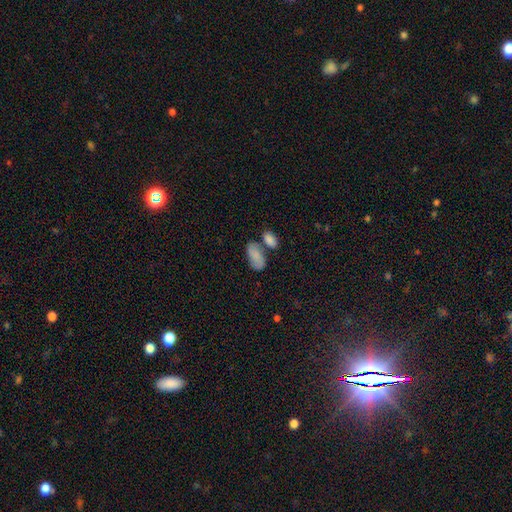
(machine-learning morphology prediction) This appears to be a smooth galaxy with no disk features (74%) that is in between round and cigar-shaped (92%). Merging: none (48%).